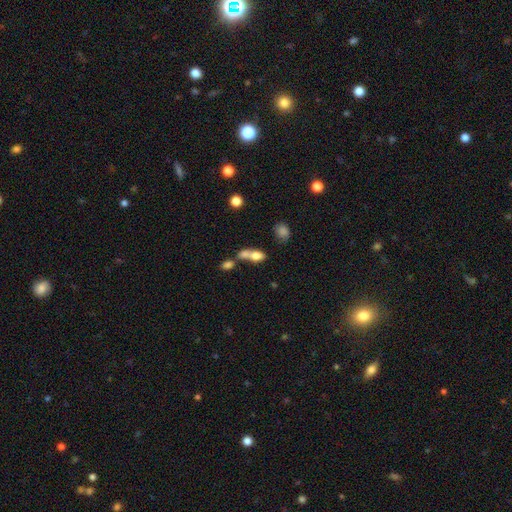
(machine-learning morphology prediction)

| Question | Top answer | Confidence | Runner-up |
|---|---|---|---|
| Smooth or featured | smooth | 72% | featured or disk (18%) |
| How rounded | in between | 73% | round (15%) |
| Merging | merger | 64% | none (20%) |